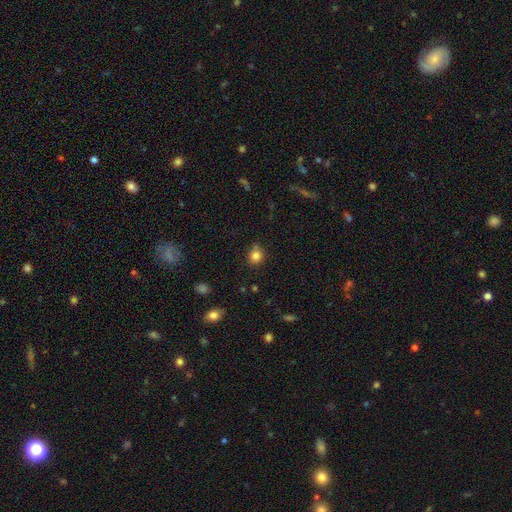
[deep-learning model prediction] smooth-or-featured: smooth: 82% | star or artifact: 12% | featured or disk: 6%
  how-rounded: round: 80% | in between: 19% | cigar-shaped: 1%
  merging: none: 70% | minor disturbance: 19% | merger: 7% | major disturbance: 4%